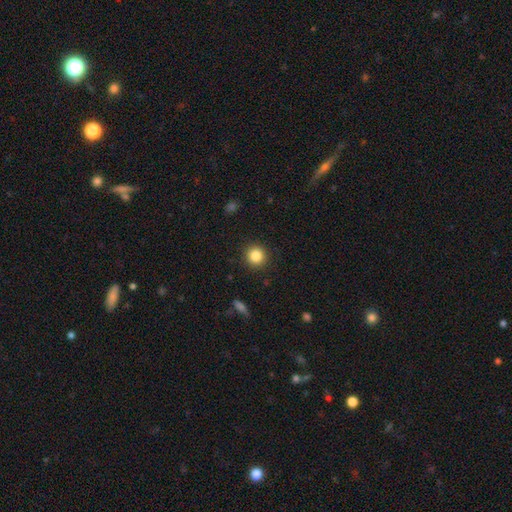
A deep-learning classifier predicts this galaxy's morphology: smooth 84%, star or artifact 10%, featured or disk 5%. Down the decision tree: how rounded — round (93%); merging — none (91%).